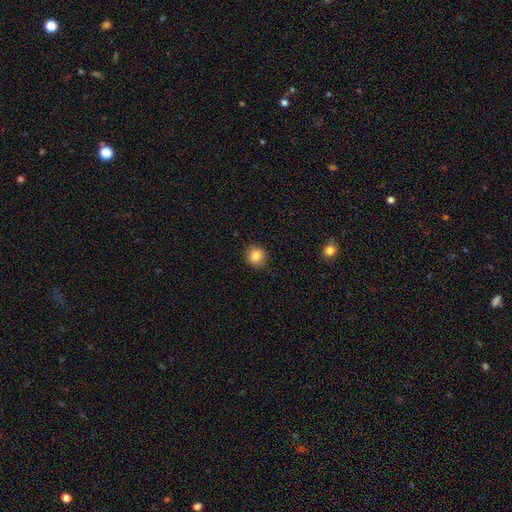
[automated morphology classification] Q: Smooth or featured?
A: smooth (83%); runner-up: star or artifact (10%)
Q: How rounded?
A: round (89%); runner-up: in between (10%)
Q: Merging?
A: none (87%); runner-up: minor disturbance (10%)